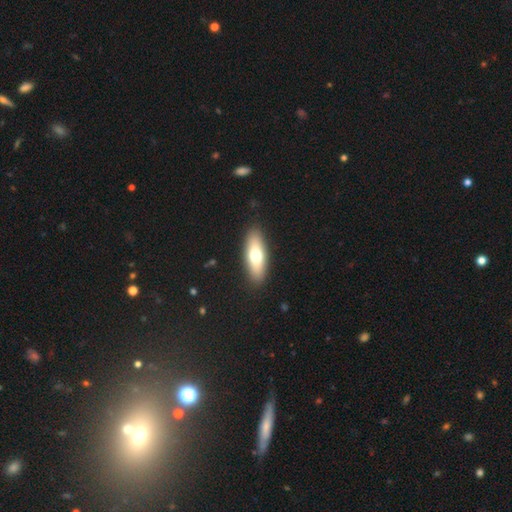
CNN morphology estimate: A smooth galaxy with no disk features (67%) that is in between round and cigar-shaped (61%). Merging: none (89%).